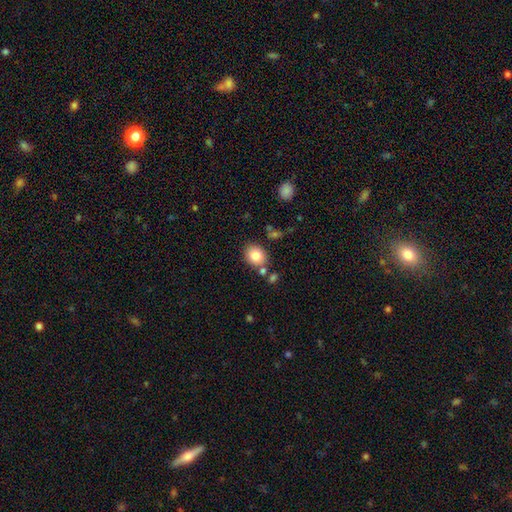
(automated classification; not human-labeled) This is clearly a smooth galaxy (82%). How rounded: likely round (65%). Merging: likely none (77%).